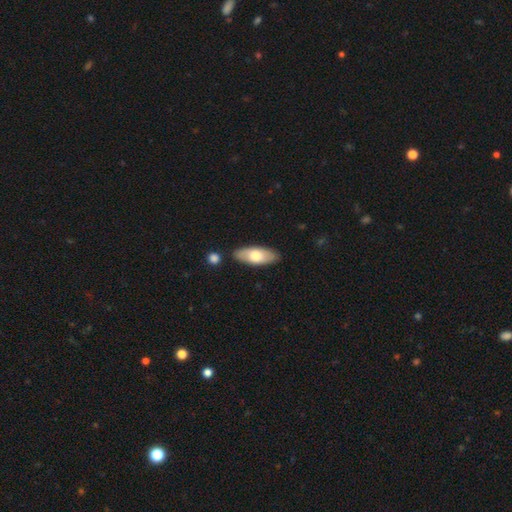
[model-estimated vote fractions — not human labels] Overall: smooth (66%; featured or disk 29%). How rounded: in between (78%). Merging: none (84%).